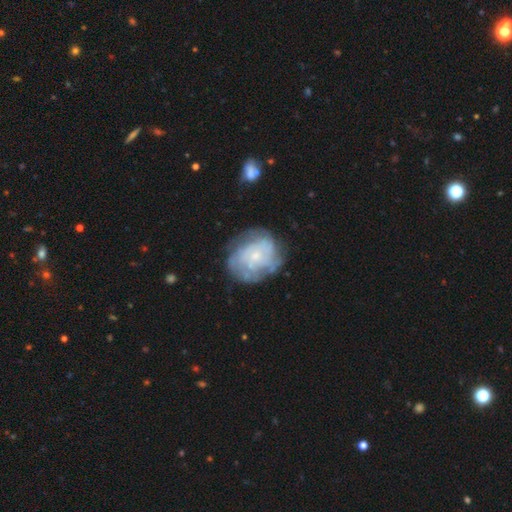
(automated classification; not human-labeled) This appears to be a featured or disk galaxy (68%) with no bar (79%), spiral arms (73%) and a small central bulge (68%). Merging: none (66%).